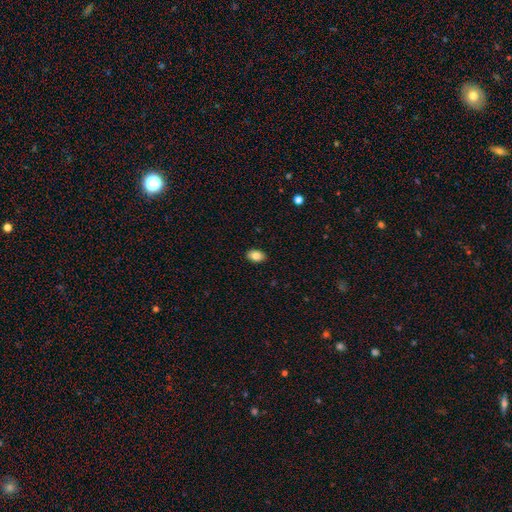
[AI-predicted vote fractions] The model was most divided on "how rounded": in between: 86%, round: 12%, cigar-shaped: 1%. More confident: merging — none (90%); smooth or featured — smooth (84%).